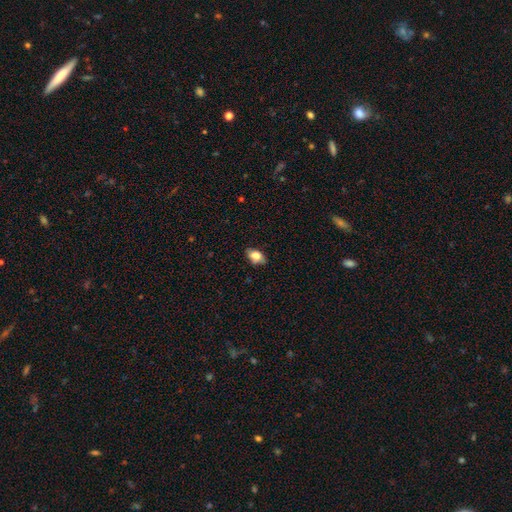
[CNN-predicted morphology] Smooth or featured?
  - smooth: 79% *
  - featured or disk: 12%
  - star or artifact: 8%
How rounded?
  - in between: 84% *
  - round: 13%
  - cigar-shaped: 3%
Merging?
  - none: 79% *
  - minor disturbance: 17%
  - major disturbance: 3%
  - merger: 1%